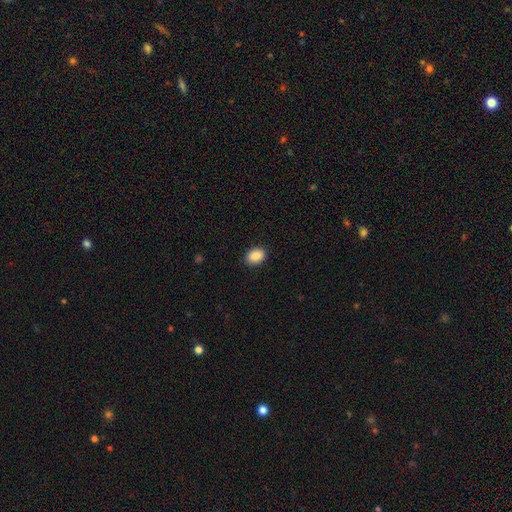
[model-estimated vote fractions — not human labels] Smooth or featured? smooth (89%)
How rounded? in between (79%)
Merging? none (90%)